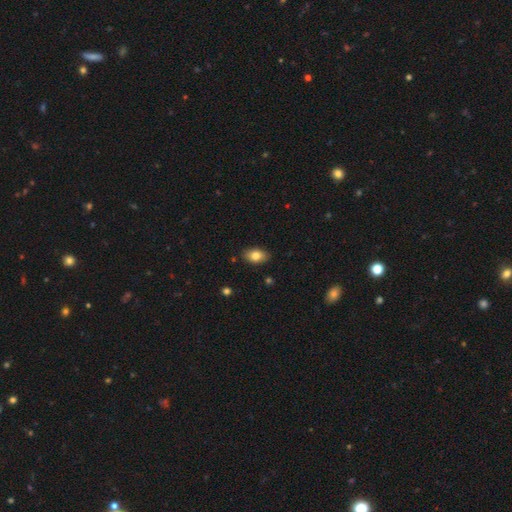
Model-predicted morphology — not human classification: This is clearly a smooth galaxy (80%). How rounded: clearly in between (89%). Merging: clearly none (87%).